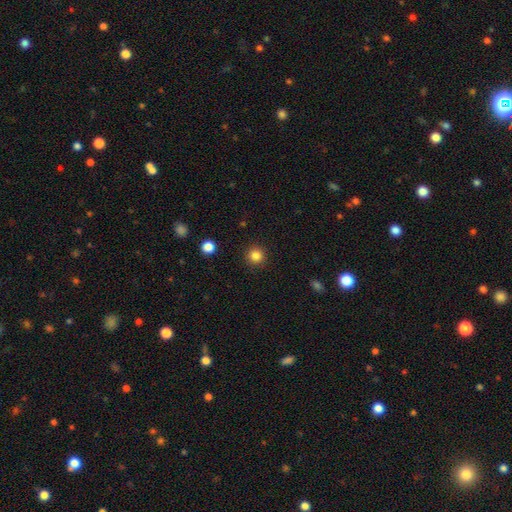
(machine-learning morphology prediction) Smooth or featured?
  - smooth: 84% *
  - star or artifact: 12%
  - featured or disk: 4%
How rounded?
  - round: 95% *
  - in between: 4%
  - cigar-shaped: 1%
Merging?
  - none: 91% *
  - minor disturbance: 5%
  - major disturbance: 2%
  - merger: 1%